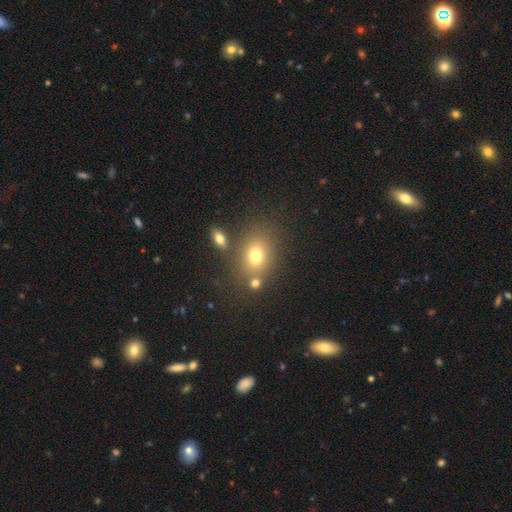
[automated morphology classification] A smooth galaxy with no disk features (73%) that is in between round and cigar-shaped (52%).

Vote fractions:
- Smooth or featured? smooth: 73% / star or artifact: 15% / featured or disk: 12%
- How rounded? in between: 52% / round: 47% / cigar-shaped: 1%
- Merging? none: 70% / merger: 12% / minor disturbance: 12% / major disturbance: 5%